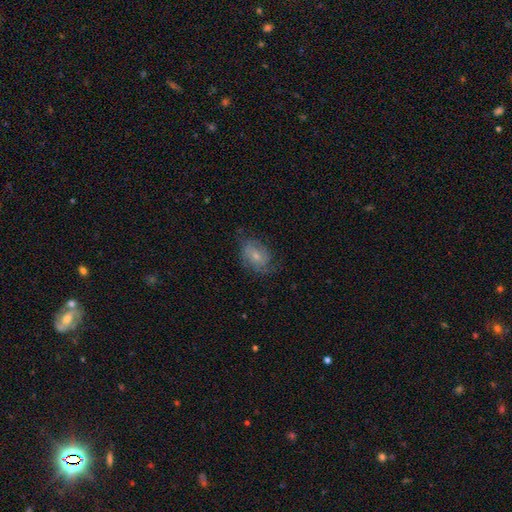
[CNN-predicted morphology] Smooth or featured: featured or disk — 46% (tied with smooth — 46%)
Merging: none — 59% (minor disturbance — 26%)